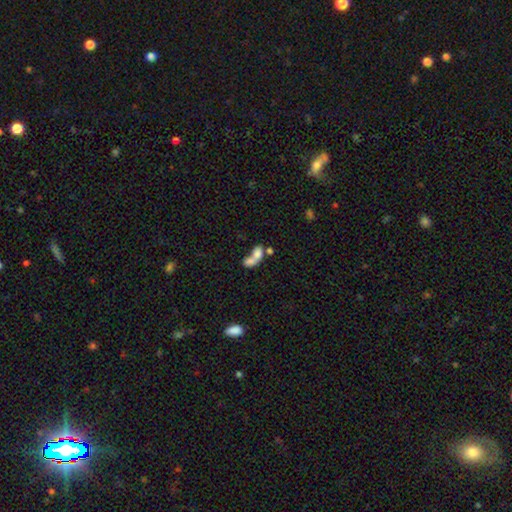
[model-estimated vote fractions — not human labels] Q: Smooth or featured?
A: smooth (71%); runner-up: featured or disk (19%)
Q: How rounded?
A: in between (77%); runner-up: round (19%)
Q: Merging?
A: merger (73%); runner-up: none (15%)